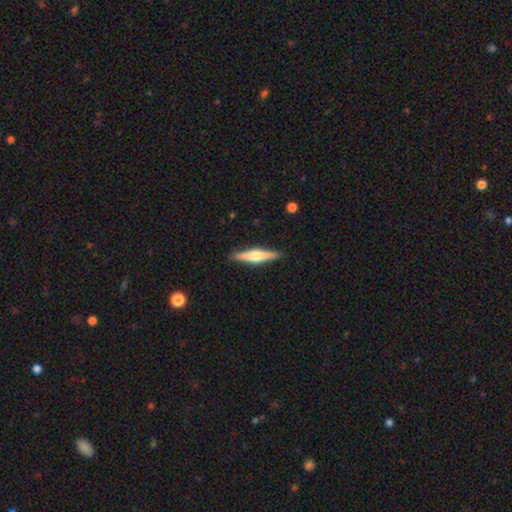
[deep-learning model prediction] Smooth or featured? featured or disk (63%)
Edge-on disk? yes (98%)
Edge-on bulge? rounded (86%)
Merging? none (91%)